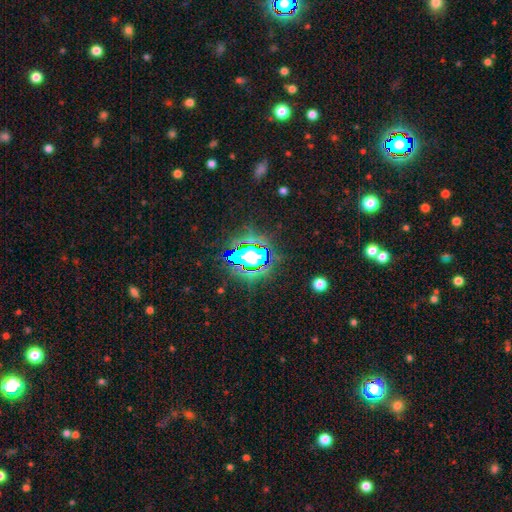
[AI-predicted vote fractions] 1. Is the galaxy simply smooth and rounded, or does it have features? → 77% star or artifact, 14% smooth, 9% featured or disk.